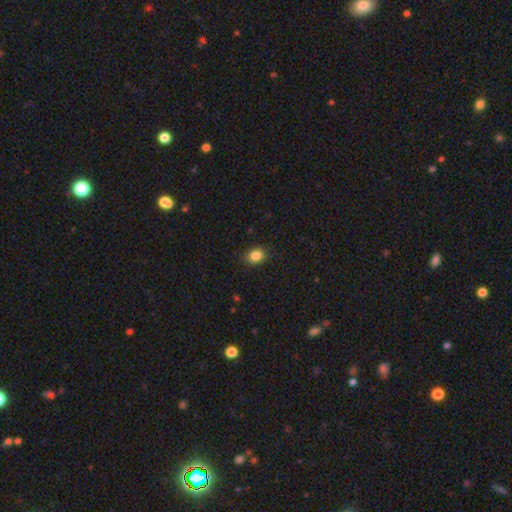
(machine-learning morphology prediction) This appears to be a smooth galaxy with no disk features (86%) that is in between round and cigar-shaped (51%). Merging: none (88%).